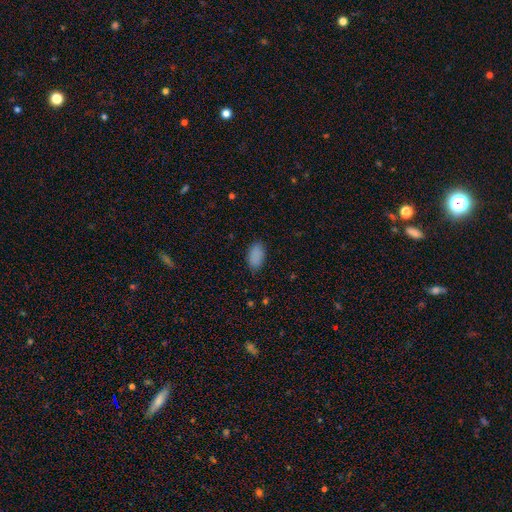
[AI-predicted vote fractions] Q: Smooth or featured?
A: smooth (88%); runner-up: star or artifact (8%)
Q: How rounded?
A: in between (94%); runner-up: round (4%)
Q: Merging?
A: none (84%); runner-up: minor disturbance (12%)